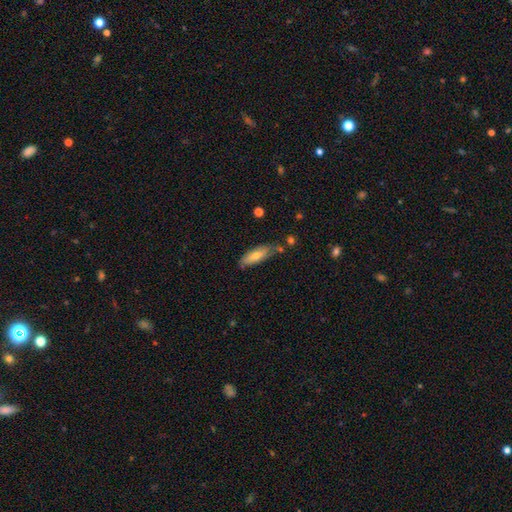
smooth-or-featured: smooth: 52% | featured or disk: 35% | star or artifact: 12%
  how-rounded: in between: 62% | cigar-shaped: 38% | round: 0%
  merging: none: 69% | minor disturbance: 26% | major disturbance: 3% | merger: 3%